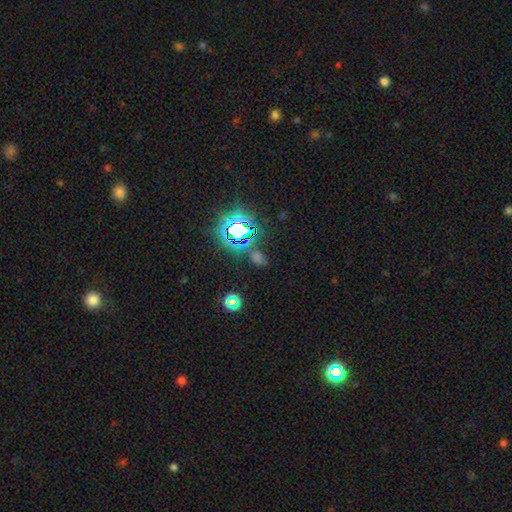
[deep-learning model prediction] Smooth or featured? star or artifact (71%)